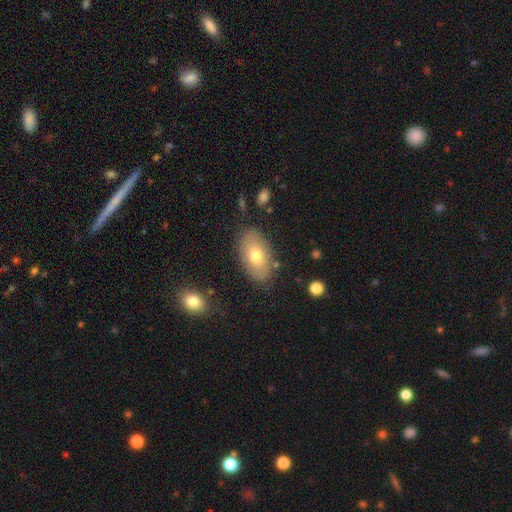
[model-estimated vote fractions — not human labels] Overall: smooth (68%). How rounded: in between (93%). Merging: none (81%).